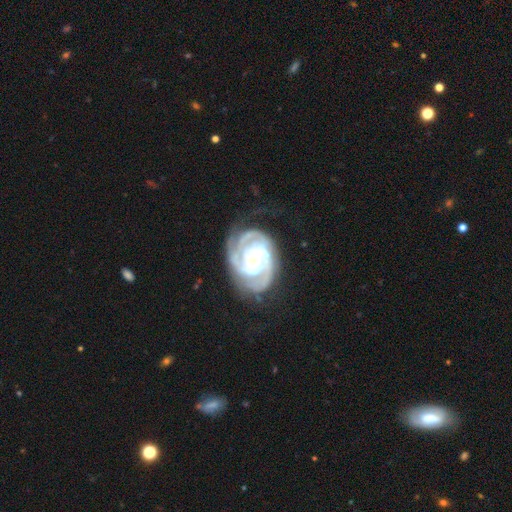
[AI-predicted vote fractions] Smooth or featured? featured or disk (92%)
Edge-on disk? no (98%)
Bar? no (49%)
Spiral arms? yes (99%)
Spiral winding? tight (76%)
Spiral arm count? 3 (38%)
Bulge size? small (56%)
Merging? none (70%)